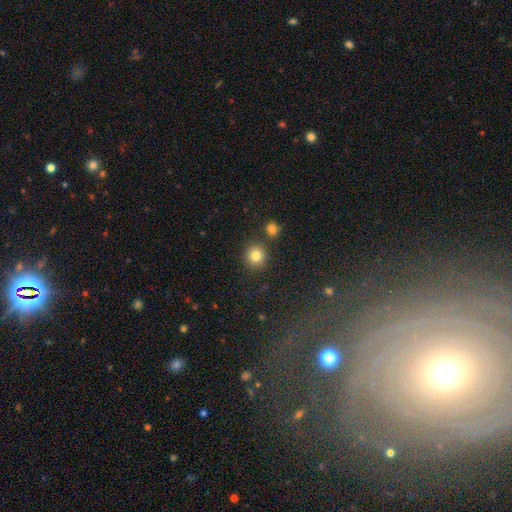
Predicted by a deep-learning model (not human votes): Smooth or featured: smooth — 82% (star or artifact — 12%)
How rounded: round — 93% (in between — 6%)
Merging: none — 85% (minor disturbance — 6%)